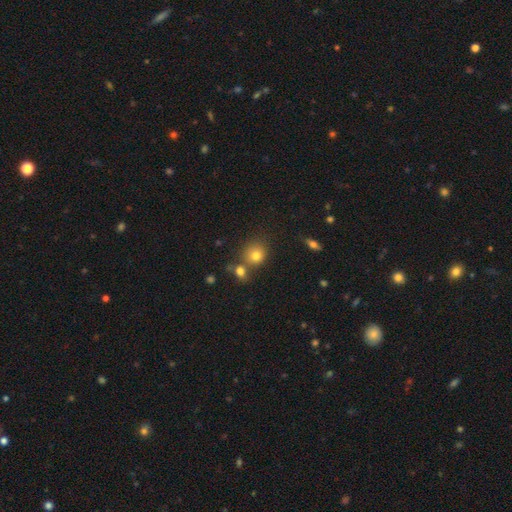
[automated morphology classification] The model was most divided on "merging": none: 61%, merger: 25%, minor disturbance: 10%, major disturbance: 4%. More confident: how rounded — round (82%); smooth or featured — smooth (78%).